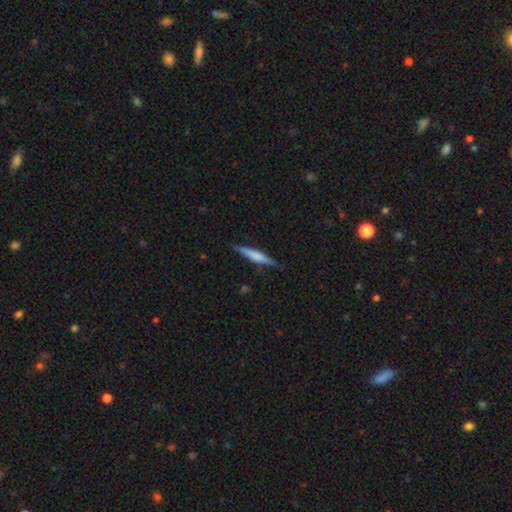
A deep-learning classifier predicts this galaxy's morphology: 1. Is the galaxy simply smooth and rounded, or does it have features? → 52% smooth, 42% featured or disk, 6% star or artifact.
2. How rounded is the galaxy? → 91% cigar-shaped, 8% in between, 2% round.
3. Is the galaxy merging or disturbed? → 83% none, 13% minor disturbance, 2% major disturbance, 1% merger.